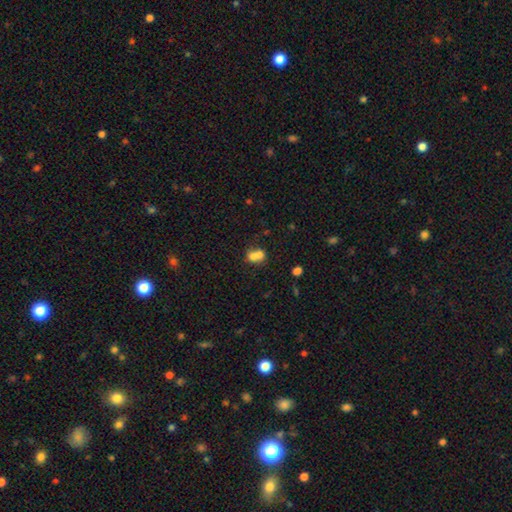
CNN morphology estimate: A smooth galaxy with no disk features (68%) that is round (55%). Merging: merger (66%).